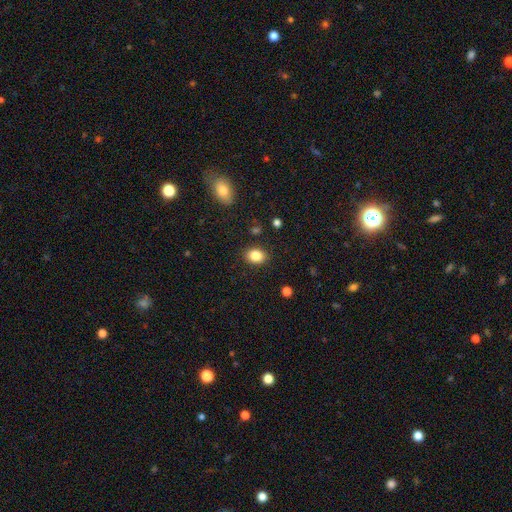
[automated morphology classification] Smooth or featured? Predicted: smooth (p=0.85). How rounded? Predicted: in between (p=0.63). Merging? Predicted: none (p=0.87).